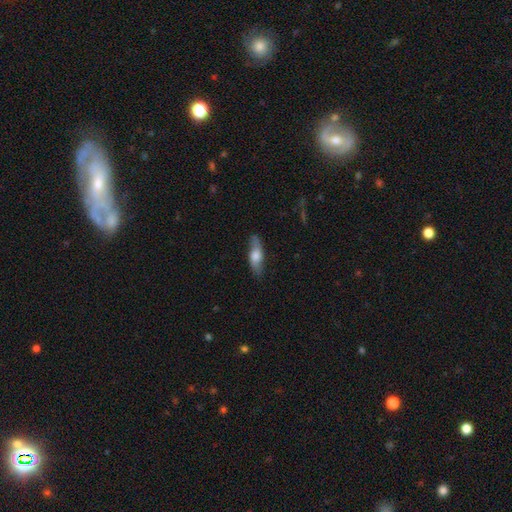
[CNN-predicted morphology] smooth 55%, featured or disk 39%, star or artifact 6%. Down the decision tree: how rounded — in between (52%); merging — none (79%).